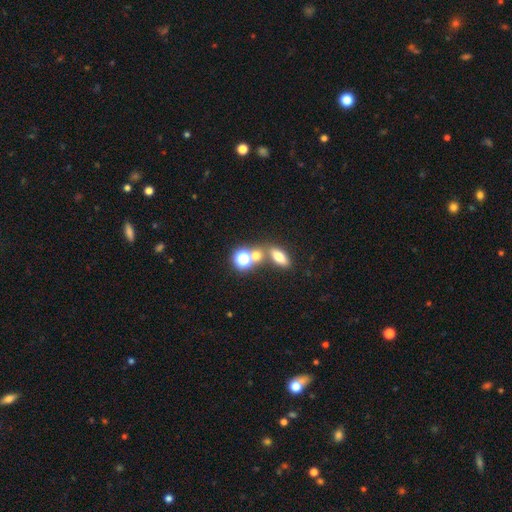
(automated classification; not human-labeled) This is likely a smooth galaxy (64%). How rounded: possibly round (57%). Merging: possibly none (53%).